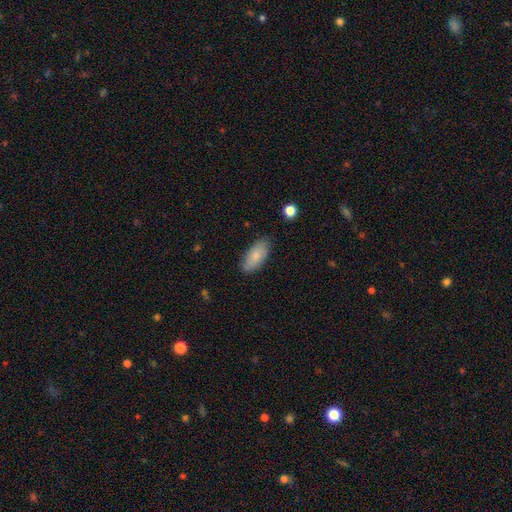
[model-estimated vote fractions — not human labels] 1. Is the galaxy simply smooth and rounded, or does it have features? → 78% smooth, 15% featured or disk, 6% star or artifact.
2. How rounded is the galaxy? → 88% in between, 9% cigar-shaped, 2% round.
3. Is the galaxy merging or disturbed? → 81% none, 15% minor disturbance, 3% major disturbance, 1% merger.